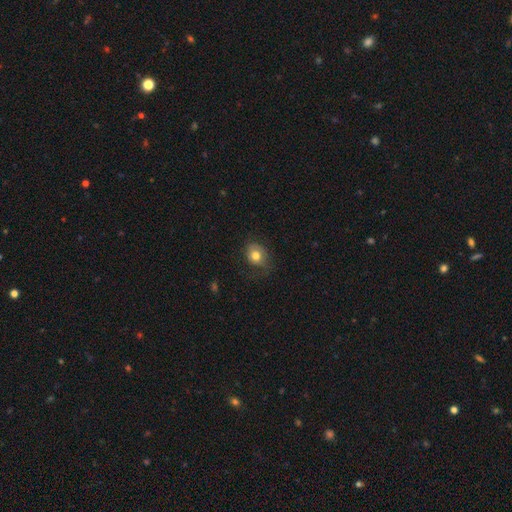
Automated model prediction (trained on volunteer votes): Morphology: type=smooth (72%); roundness=round (55%); merging=none (53%).